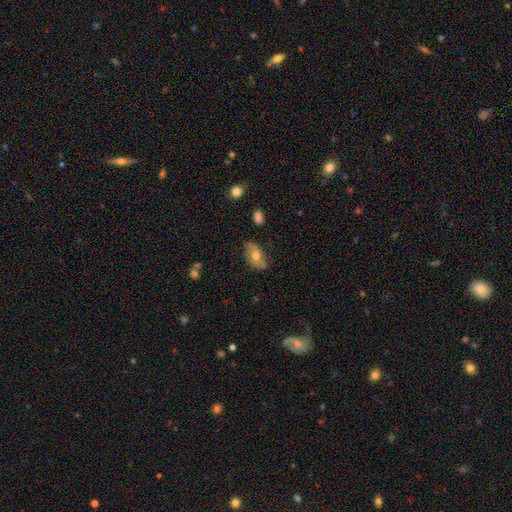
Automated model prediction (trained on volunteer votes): The model was most divided on "smooth or featured": featured or disk: 51%, smooth: 41%, star or artifact: 8%. More confident: edge-on disk — no (88%); merging — none (73%).